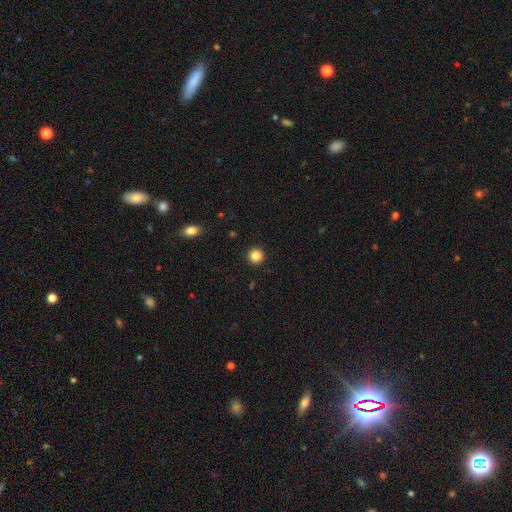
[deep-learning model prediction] Overall: smooth (86%). How rounded: round (95%). Merging: none (93%).